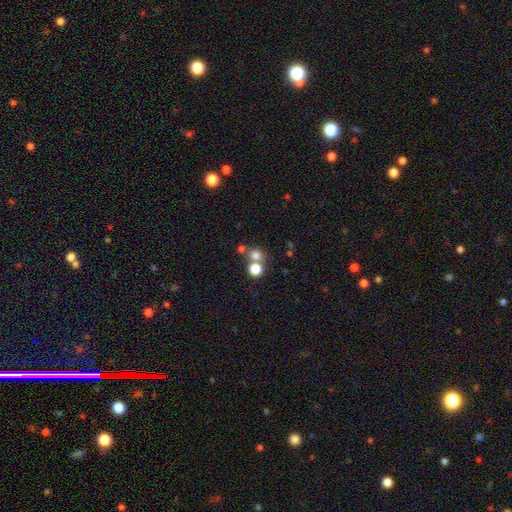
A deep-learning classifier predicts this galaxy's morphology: Smooth or featured? smooth (75%)
How rounded? round (80%)
Merging? none (55%)